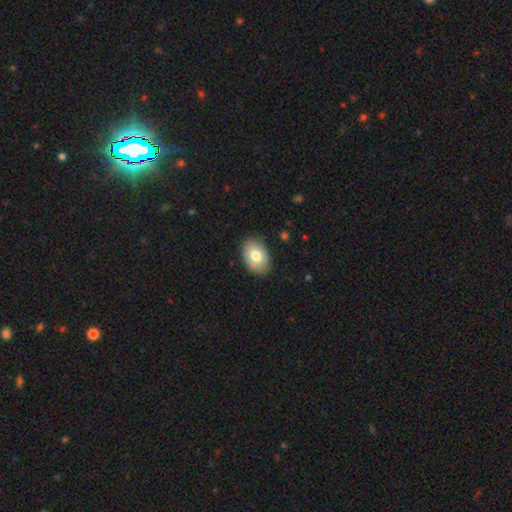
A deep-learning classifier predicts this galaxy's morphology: type=smooth (77%); roundness=in between (88%); merging=none (86%).